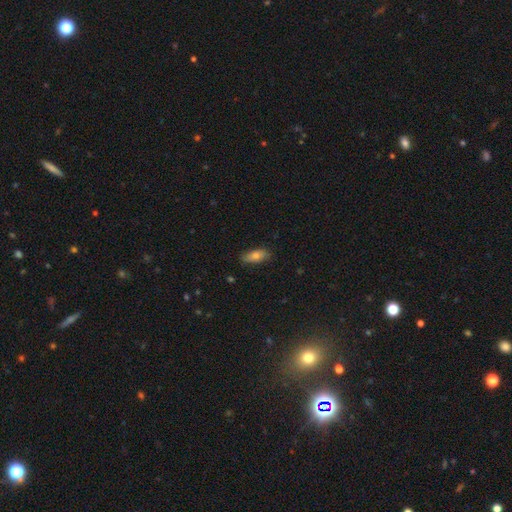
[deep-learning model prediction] The model was most divided on "smooth or featured": smooth: 74%, featured or disk: 18%, star or artifact: 8%. More confident: merging — none (82%); how rounded — in between (79%).